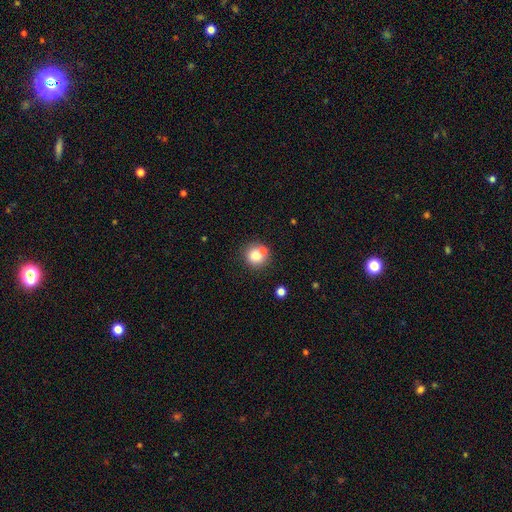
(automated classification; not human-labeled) A smooth galaxy with no disk features (76%) that is round (88%).

Vote fractions:
- Smooth or featured? smooth: 76% / featured or disk: 14% / star or artifact: 11%
- How rounded? round: 88% / in between: 11% / cigar-shaped: 1%
- Merging? none: 56% / merger: 30% / minor disturbance: 10% / major disturbance: 4%